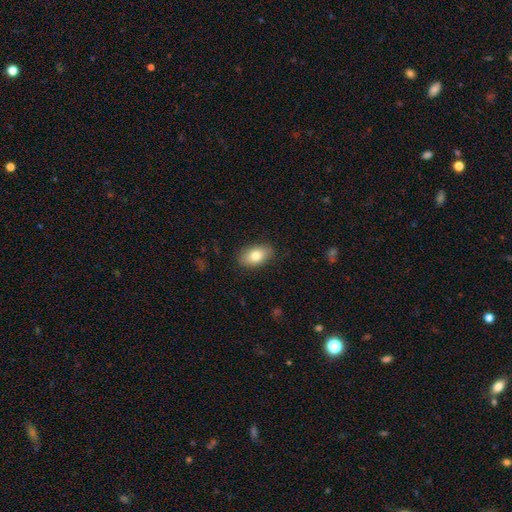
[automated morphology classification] smooth-or-featured: smooth: 80% | featured or disk: 13% | star or artifact: 7%
  how-rounded: in between: 91% | round: 7% | cigar-shaped: 2%
  merging: none: 87% | minor disturbance: 10% | major disturbance: 2% | merger: 1%